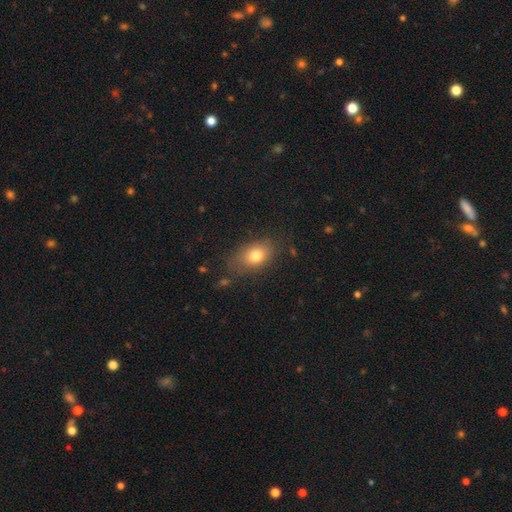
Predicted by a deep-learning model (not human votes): Q: Smooth or featured?
A: smooth (78%); runner-up: featured or disk (12%)
Q: How rounded?
A: in between (81%); runner-up: round (17%)
Q: Merging?
A: none (72%); runner-up: minor disturbance (19%)